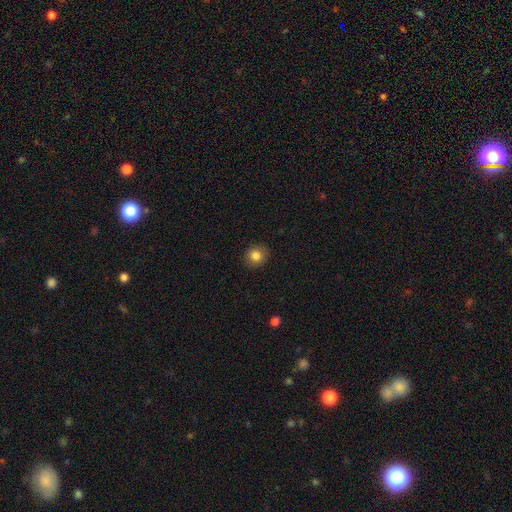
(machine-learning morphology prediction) smooth-or-featured: smooth: 83% | star or artifact: 10% | featured or disk: 6%
  how-rounded: round: 89% | in between: 11% | cigar-shaped: 1%
  merging: none: 90% | minor disturbance: 7% | major disturbance: 2% | merger: 1%